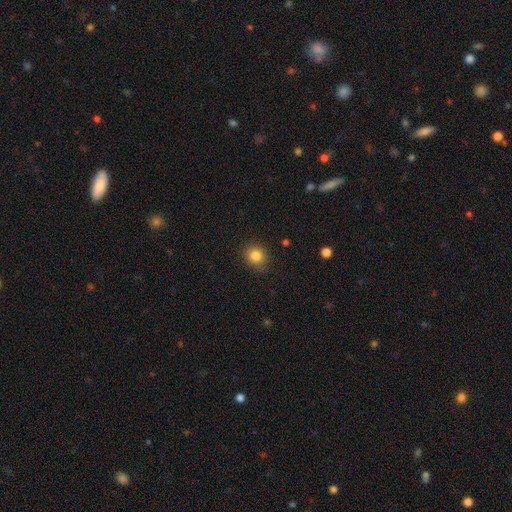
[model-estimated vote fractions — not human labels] Smooth or featured? Predicted: smooth (p=0.84). How rounded? Predicted: round (p=0.85). Merging? Predicted: none (p=0.86).